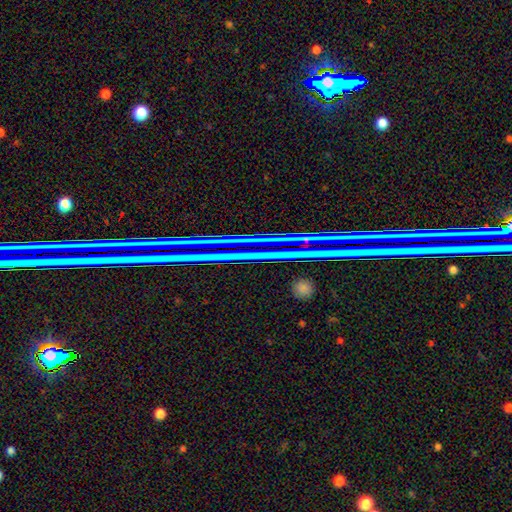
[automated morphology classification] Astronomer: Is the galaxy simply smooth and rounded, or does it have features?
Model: star or artifact — 77%.